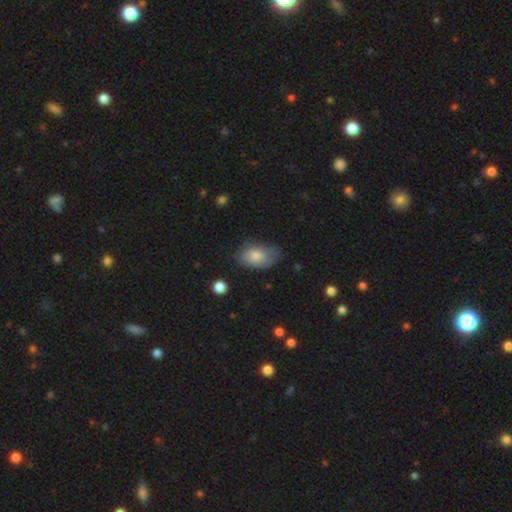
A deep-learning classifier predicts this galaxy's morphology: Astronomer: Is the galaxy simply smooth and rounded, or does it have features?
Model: smooth — 73%.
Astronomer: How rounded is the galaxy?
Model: in between — 90%.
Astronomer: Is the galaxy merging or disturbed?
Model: none — 64%.